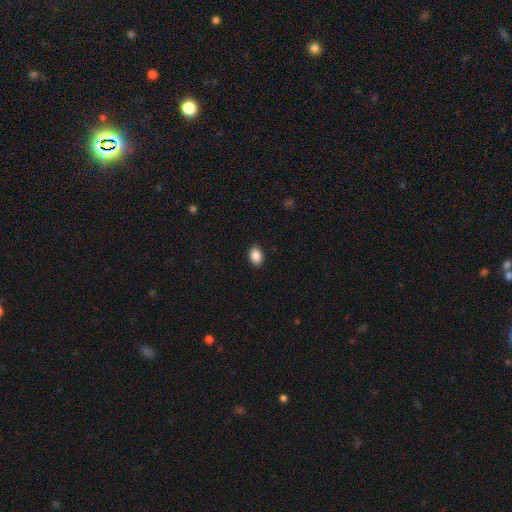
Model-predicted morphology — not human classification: A smooth galaxy with no disk features (89%) that is in between round and cigar-shaped (76%).

Vote fractions:
- Smooth or featured? smooth: 89% / star or artifact: 8% / featured or disk: 3%
- How rounded? in between: 76% / round: 23% / cigar-shaped: 1%
- Merging? none: 89% / minor disturbance: 8% / major disturbance: 2% / merger: 1%